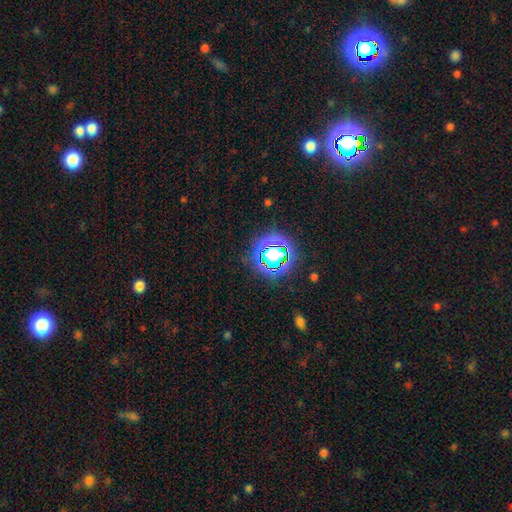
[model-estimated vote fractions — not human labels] Smooth or featured?
  - star or artifact: 79% *
  - smooth: 14%
  - featured or disk: 7%